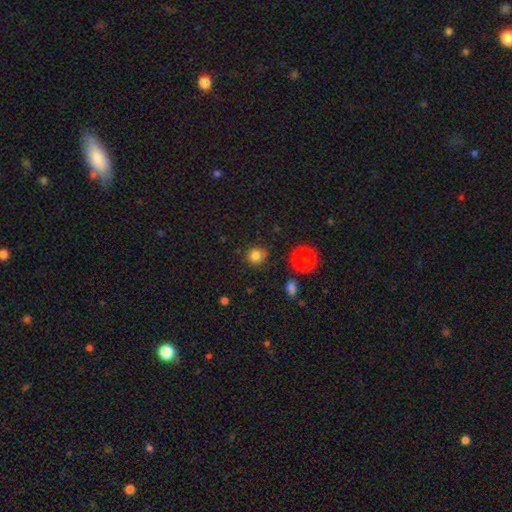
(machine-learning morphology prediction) smooth-or-featured: smooth: 82% | star or artifact: 13% | featured or disk: 5%
  how-rounded: round: 87% | in between: 12% | cigar-shaped: 1%
  merging: none: 78% | minor disturbance: 15% | major disturbance: 4% | merger: 4%